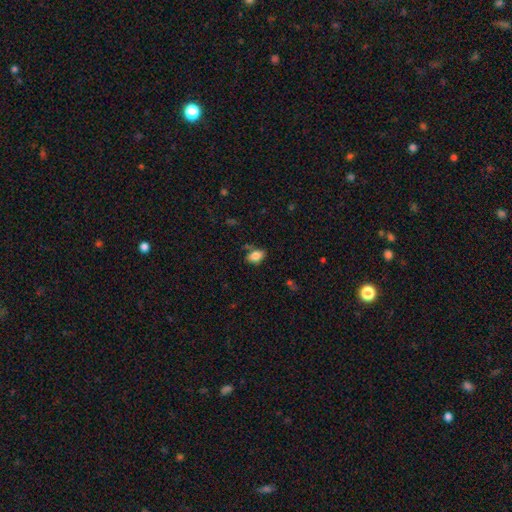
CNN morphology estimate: This is clearly a smooth galaxy (82%). How rounded: clearly in between (86%). Merging: likely none (70%).